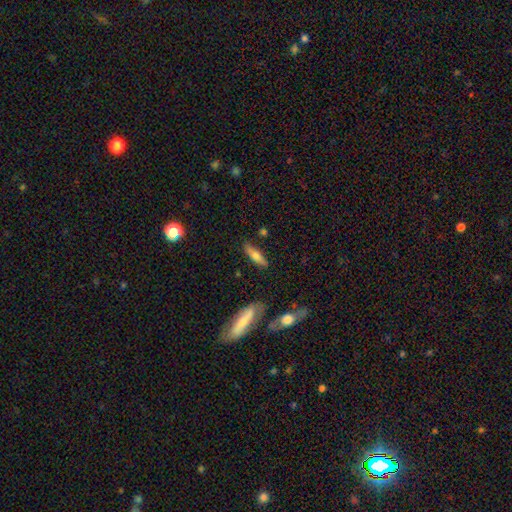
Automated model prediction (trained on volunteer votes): A smooth galaxy with no disk features (63%) that is cigar-shaped (65%).

Vote fractions:
- Smooth or featured? smooth: 63% / featured or disk: 31% / star or artifact: 7%
- How rounded? cigar-shaped: 65% / in between: 33% / round: 2%
- Merging? none: 79% / minor disturbance: 14% / merger: 3% / major disturbance: 3%